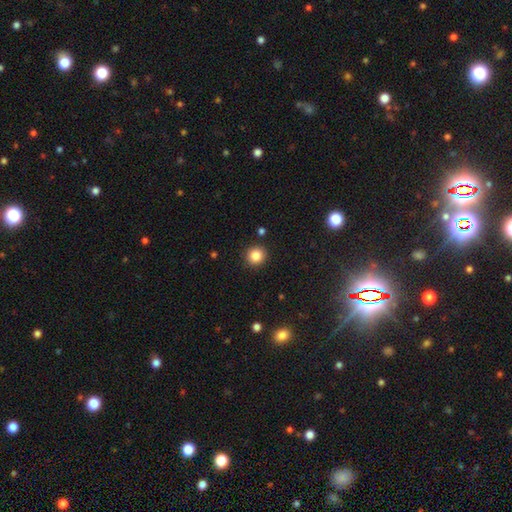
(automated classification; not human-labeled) Smooth or featured?
  - smooth: 85% *
  - star or artifact: 11%
  - featured or disk: 4%
How rounded?
  - round: 92% *
  - in between: 7%
  - cigar-shaped: 1%
Merging?
  - none: 91% *
  - minor disturbance: 5%
  - major disturbance: 2%
  - merger: 2%